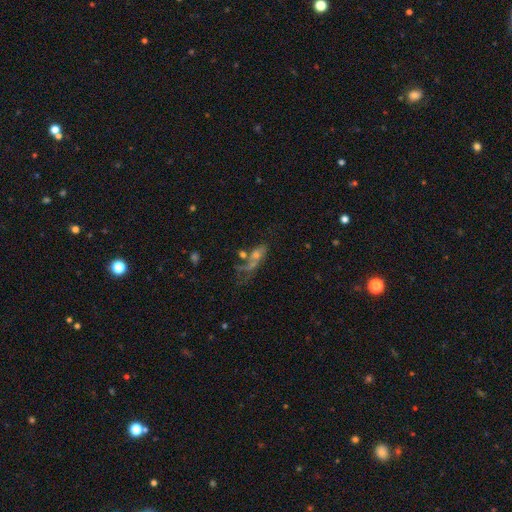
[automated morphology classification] A featured or disk galaxy (46%).

Vote fractions:
- Smooth or featured? featured or disk: 46% / smooth: 31% / star or artifact: 22%
- Merging? major disturbance: 31% / none: 28% / merger: 26% / minor disturbance: 15%